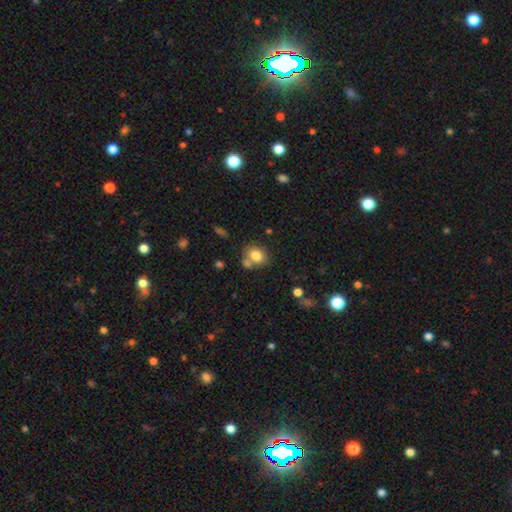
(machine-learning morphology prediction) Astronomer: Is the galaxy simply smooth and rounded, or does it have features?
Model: smooth — 81%.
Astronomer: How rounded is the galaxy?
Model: round — 51% (runner-up: in between, 48%).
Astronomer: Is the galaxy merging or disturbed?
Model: none — 59%.